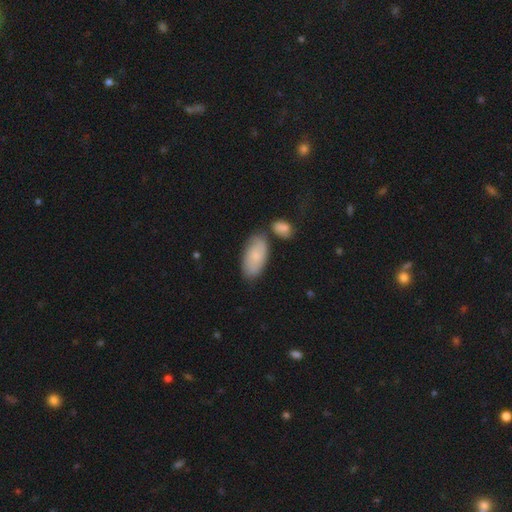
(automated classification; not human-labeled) Q: Smooth or featured?
A: smooth (72%); runner-up: featured or disk (22%)
Q: How rounded?
A: in between (93%); runner-up: cigar-shaped (4%)
Q: Merging?
A: none (62%); runner-up: minor disturbance (18%)